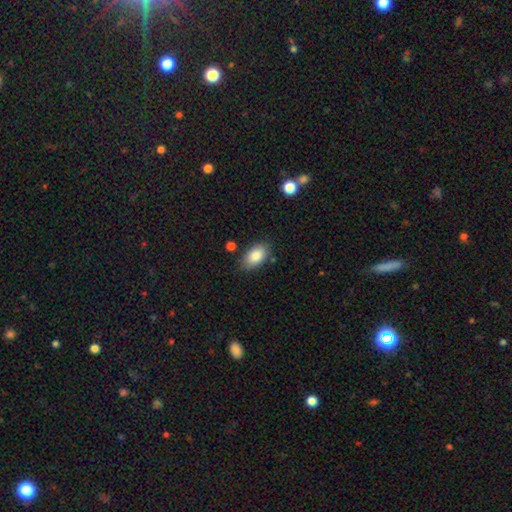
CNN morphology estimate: Smooth or featured? Predicted: smooth (p=0.85). How rounded? Predicted: in between (p=0.91). Merging? Predicted: none (p=0.78).